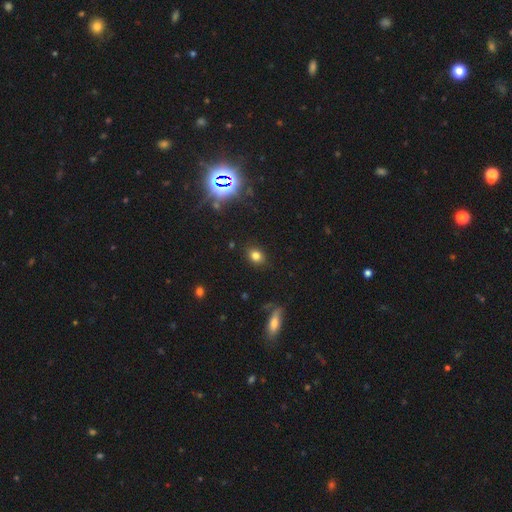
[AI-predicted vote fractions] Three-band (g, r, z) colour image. It shows a smooth galaxy with no disk features (79%) that is round (50%). Merging: none (86%).